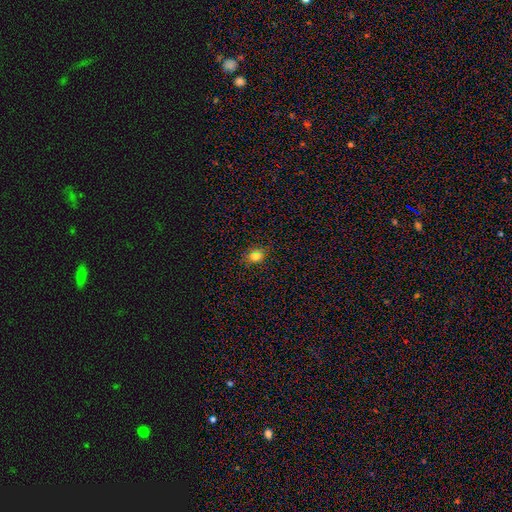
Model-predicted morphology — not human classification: smooth-or-featured: smooth: 80% | star or artifact: 14% | featured or disk: 6%
  how-rounded: round: 56% | in between: 43% | cigar-shaped: 1%
  merging: none: 87% | minor disturbance: 9% | major disturbance: 2% | merger: 1%